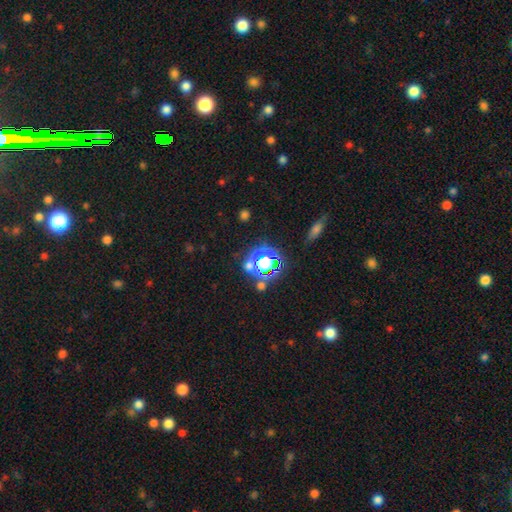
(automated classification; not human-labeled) The model was most divided on "smooth or featured": star or artifact: 72%, smooth: 19%, featured or disk: 9%.